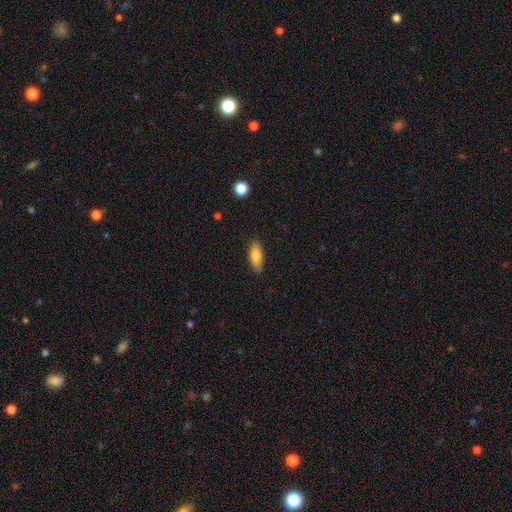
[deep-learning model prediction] This appears to be a smooth galaxy with no disk features (80%) that is in between round and cigar-shaped (70%). Merging: none (81%).